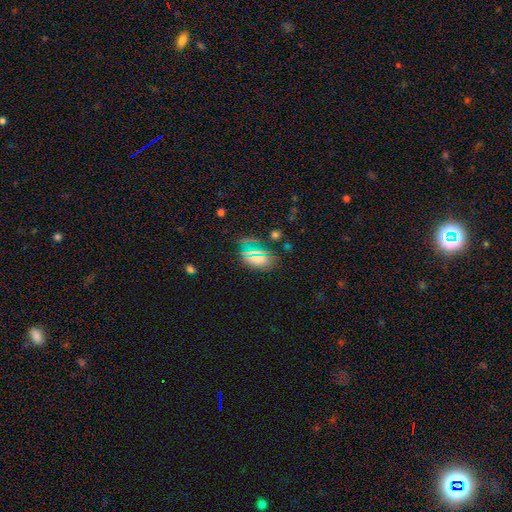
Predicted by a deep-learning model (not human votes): Smooth or featured?
  - smooth: 60% *
  - star or artifact: 29%
  - featured or disk: 11%
How rounded?
  - in between: 80% *
  - round: 16%
  - cigar-shaped: 4%
Merging?
  - none: 72% *
  - minor disturbance: 17%
  - major disturbance: 7%
  - merger: 4%